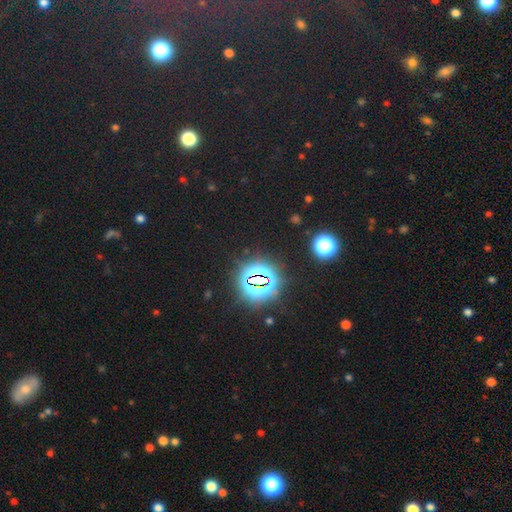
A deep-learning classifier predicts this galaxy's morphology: The model was most divided on "smooth or featured": star or artifact: 77%, smooth: 16%, featured or disk: 7%.